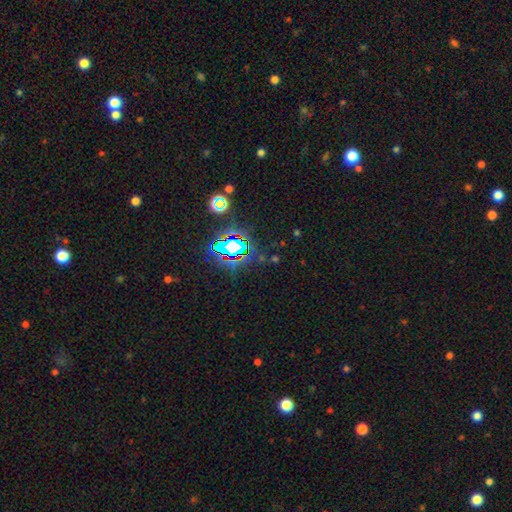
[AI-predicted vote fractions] smooth-or-featured: star or artifact: 80% | smooth: 12% | featured or disk: 8%